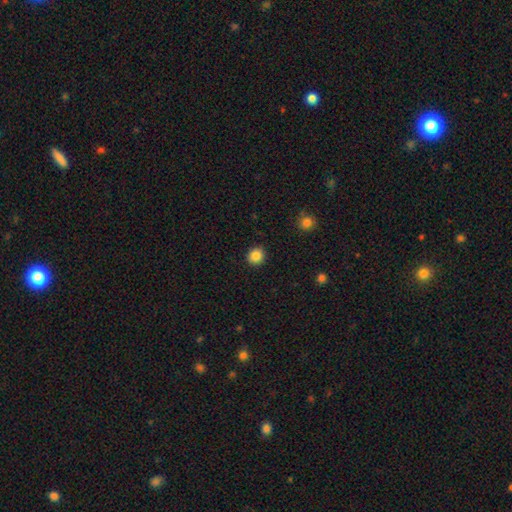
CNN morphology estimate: smooth 86%, star or artifact 10%, featured or disk 4%. Down the decision tree: how rounded — round (88%); merging — none (92%).